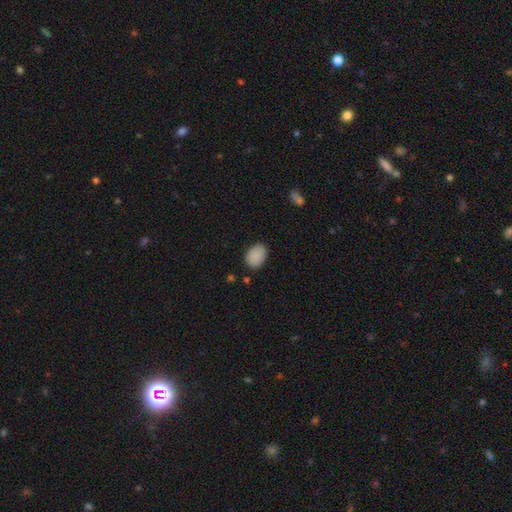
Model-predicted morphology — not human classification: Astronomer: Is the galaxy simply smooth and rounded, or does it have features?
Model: smooth — 89%.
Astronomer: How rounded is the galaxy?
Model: in between — 78%.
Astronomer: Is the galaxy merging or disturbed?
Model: none — 85%.